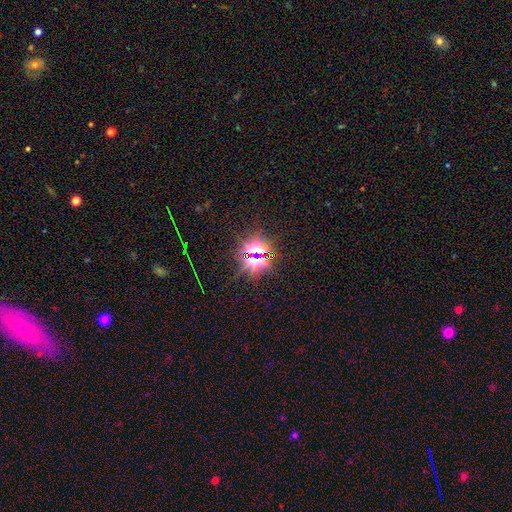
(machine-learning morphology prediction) smooth-or-featured: star or artifact: 77% | smooth: 13% | featured or disk: 10%